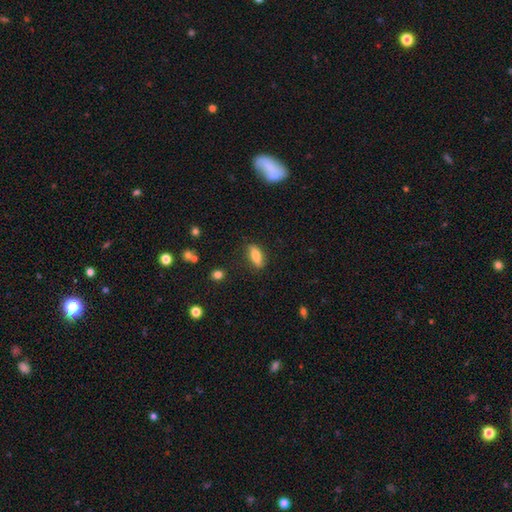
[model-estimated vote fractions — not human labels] This appears to be a smooth galaxy with no disk features (76%) that is in between round and cigar-shaped (68%). Merging: none (83%).